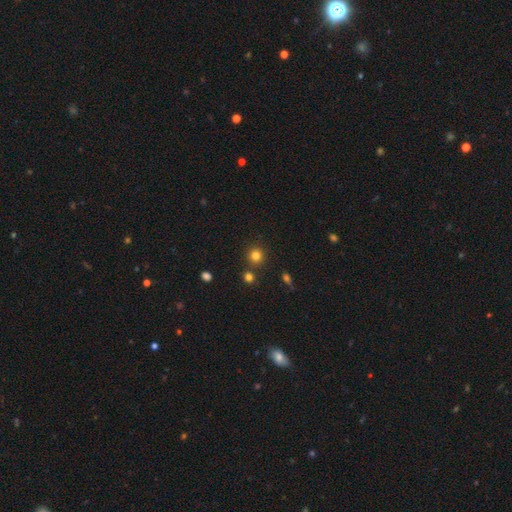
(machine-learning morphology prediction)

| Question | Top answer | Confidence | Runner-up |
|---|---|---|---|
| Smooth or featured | smooth | 80% | star or artifact (14%) |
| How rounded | round | 92% | in between (7%) |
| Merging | none | 84% | merger (7%) |